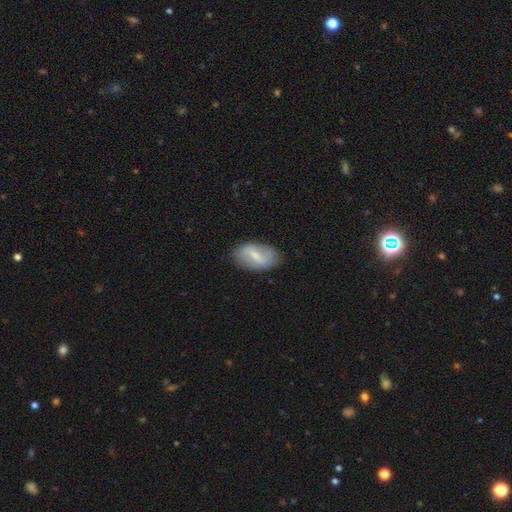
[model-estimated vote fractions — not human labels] A featured or disk galaxy (49%).

Vote fractions:
- Smooth or featured? featured or disk: 49% / smooth: 44% / star or artifact: 7%
- Merging? none: 79% / minor disturbance: 16% / major disturbance: 4% / merger: 1%